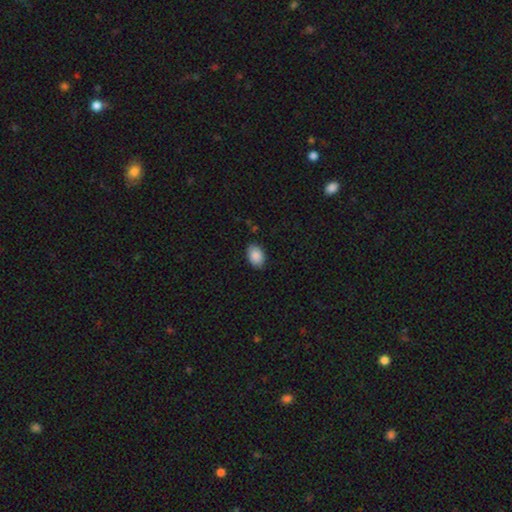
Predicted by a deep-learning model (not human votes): Smooth or featured: smooth — 88% (star or artifact — 7%)
How rounded: in between — 87% (round — 12%)
Merging: none — 87% (minor disturbance — 10%)